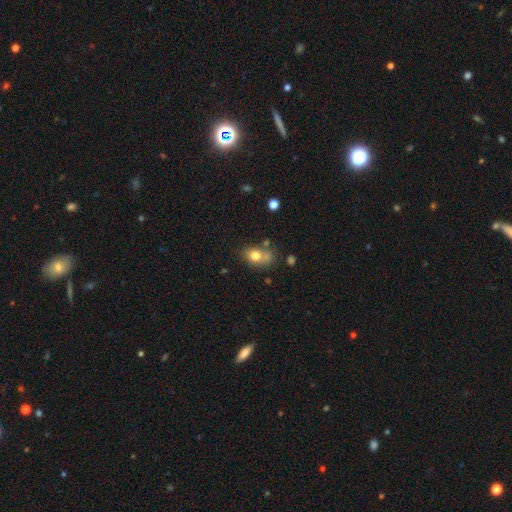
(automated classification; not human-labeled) Smooth or featured?
  - smooth: 75% *
  - featured or disk: 14%
  - star or artifact: 11%
How rounded?
  - in between: 64% *
  - round: 34%
  - cigar-shaped: 1%
Merging?
  - none: 50% *
  - minor disturbance: 22%
  - merger: 20%
  - major disturbance: 9%